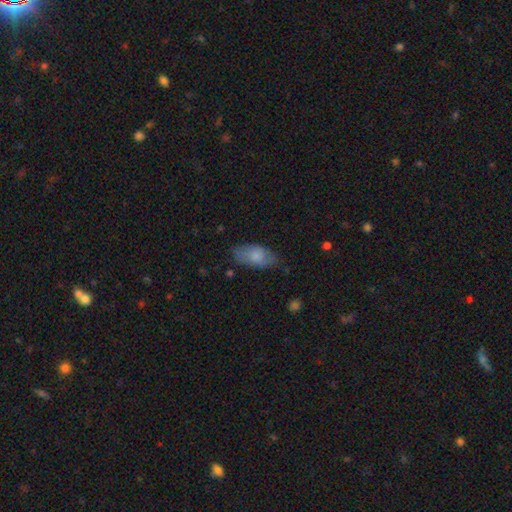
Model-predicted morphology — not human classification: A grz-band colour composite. It shows a smooth galaxy with no disk features (74%) that is in between round and cigar-shaped (92%). Merging: none (70%).